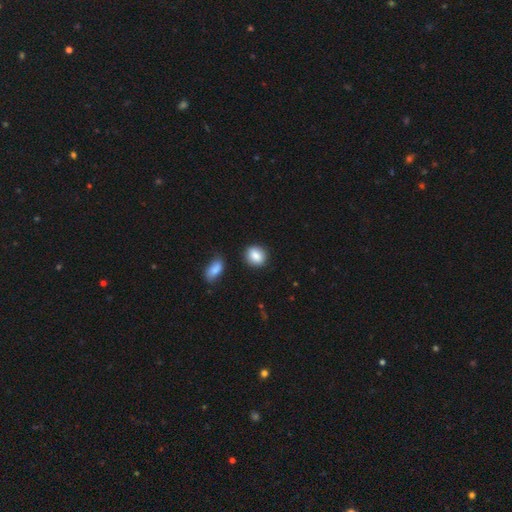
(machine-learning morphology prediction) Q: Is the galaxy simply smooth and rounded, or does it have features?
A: smooth — 87%.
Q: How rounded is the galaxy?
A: round — 59%.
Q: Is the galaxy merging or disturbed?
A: none — 85%.